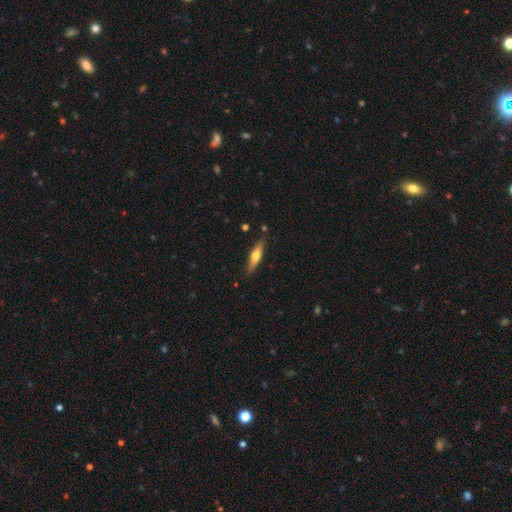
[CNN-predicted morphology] Q: Smooth or featured?
A: featured or disk (50%); runner-up: smooth (45%)
Q: Merging?
A: none (86%); runner-up: minor disturbance (10%)